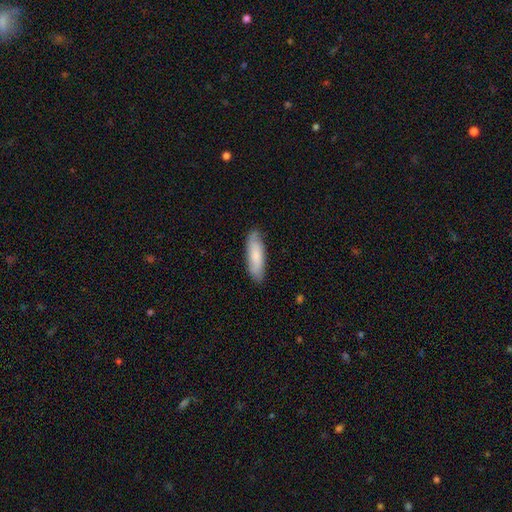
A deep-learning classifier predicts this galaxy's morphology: smooth_or_featured: smooth (p=0.71) [alt: featured or disk p=0.24]
how_rounded: cigar-shaped (p=0.54) [alt: in between p=0.44]
merging: none (p=0.82) [alt: minor disturbance p=0.14]